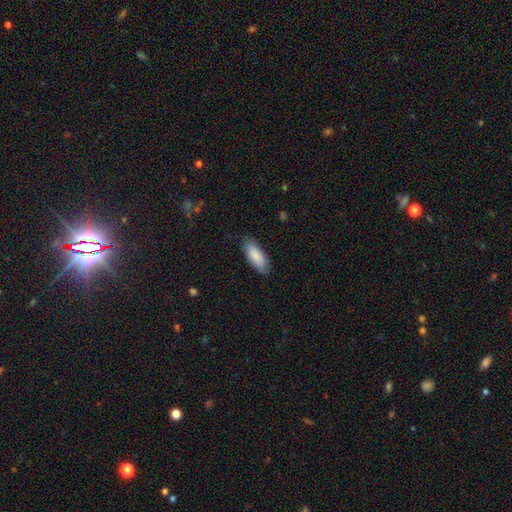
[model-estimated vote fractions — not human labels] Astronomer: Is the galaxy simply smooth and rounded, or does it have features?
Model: smooth — 88%.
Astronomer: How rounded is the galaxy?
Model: in between — 72%.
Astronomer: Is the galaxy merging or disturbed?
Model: none — 85%.